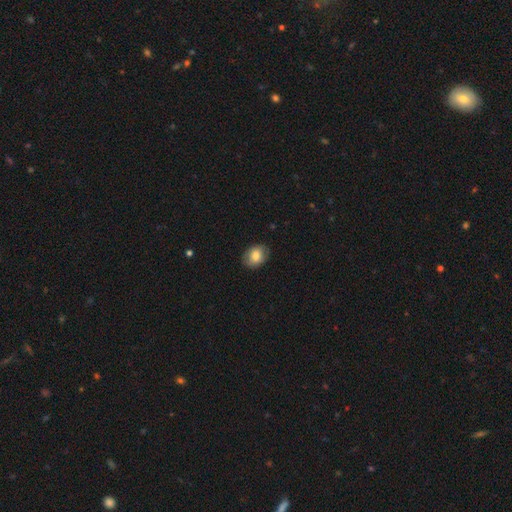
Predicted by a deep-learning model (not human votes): A smooth galaxy with no disk features (79%) that is in between round and cigar-shaped (65%).

Vote fractions:
- Smooth or featured? smooth: 79% / featured or disk: 13% / star or artifact: 7%
- How rounded? in between: 65% / round: 34% / cigar-shaped: 1%
- Merging? none: 85% / minor disturbance: 12% / major disturbance: 3% / merger: 1%